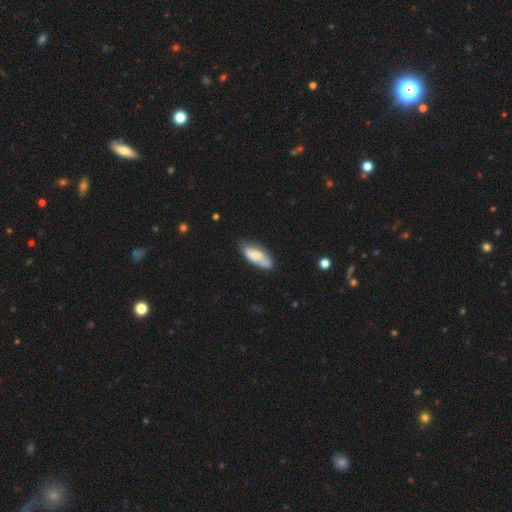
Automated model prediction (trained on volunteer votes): Smooth or featured?
  - smooth: 64% *
  - featured or disk: 30%
  - star or artifact: 6%
How rounded?
  - in between: 79% *
  - cigar-shaped: 19%
  - round: 2%
Merging?
  - none: 66% *
  - minor disturbance: 24%
  - major disturbance: 6%
  - merger: 3%